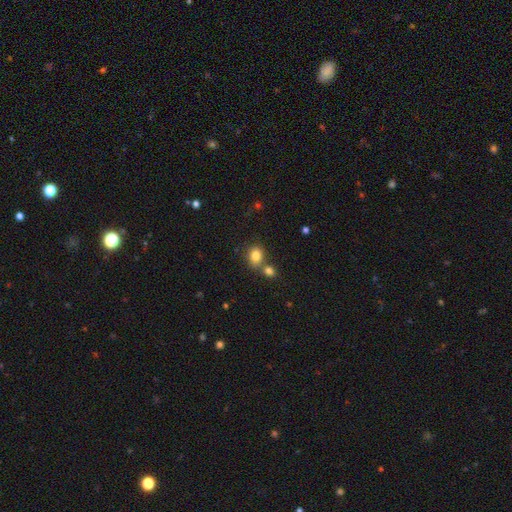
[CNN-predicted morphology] A smooth galaxy with no disk features (83%) that is round (53%). Merging: none (57%).